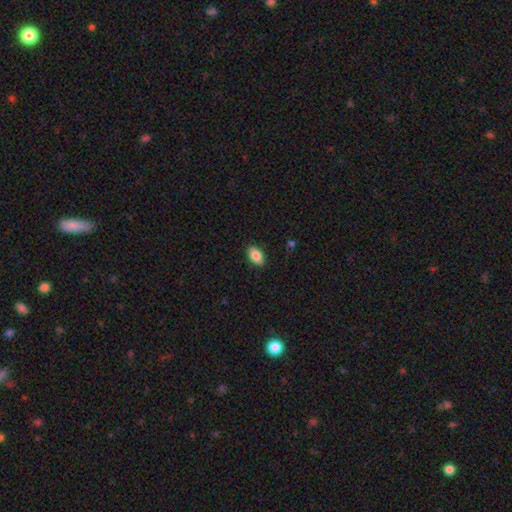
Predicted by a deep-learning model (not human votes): This is clearly a smooth galaxy (84%). How rounded: clearly in between (91%). Merging: clearly none (88%).